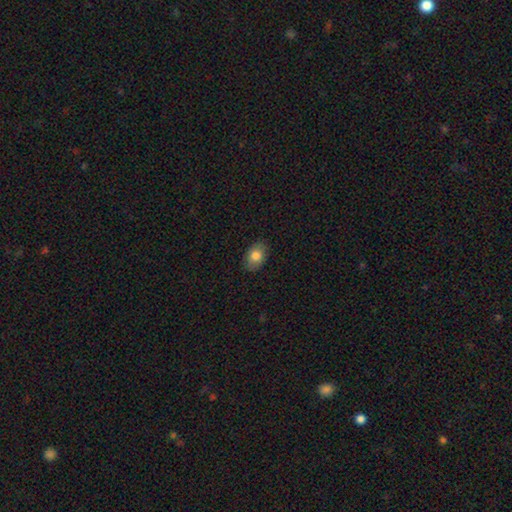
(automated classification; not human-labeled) This is clearly a smooth galaxy (81%). How rounded: clearly in between (83%). Merging: clearly none (86%).